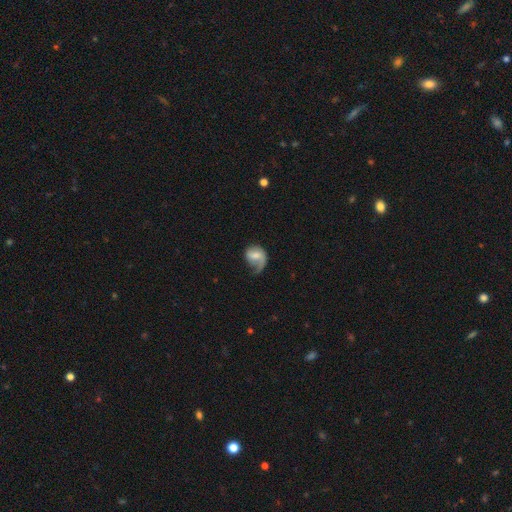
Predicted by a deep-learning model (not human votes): featured or disk 48%, smooth 45%, star or artifact 8%. Down the decision tree: merging — major disturbance (39%).